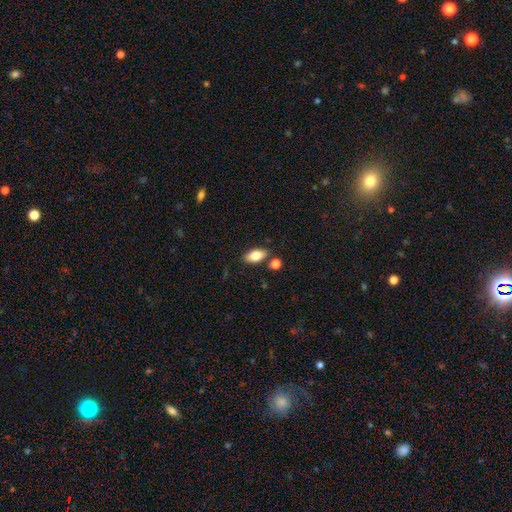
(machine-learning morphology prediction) This is likely a smooth galaxy (76%). How rounded: clearly in between (89%). Merging: clearly none (80%).